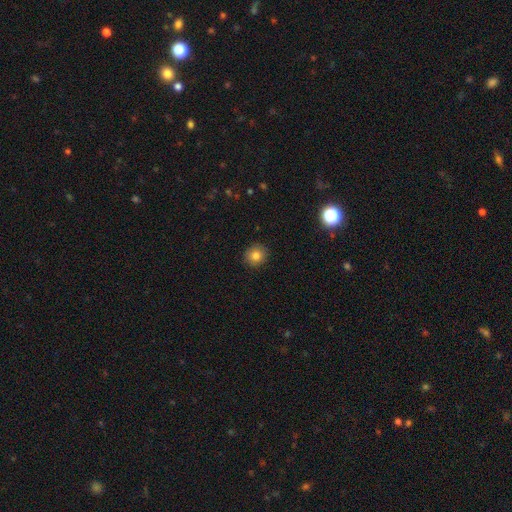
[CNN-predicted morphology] type=smooth (81%); roundness=round (89%); merging=none (91%).